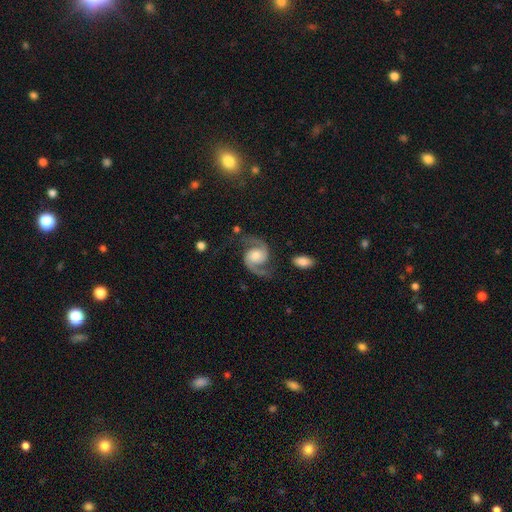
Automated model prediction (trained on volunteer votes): Overall: featured or disk (92%). Edge-on disk: no (98%). Bar: no (66%; weak 27%). Spiral arms: yes (98%). Spiral arm count: 2 (95%). Spiral winding: medium (56%; loose 29%). Bulge size: moderate (50%; large 22%). Merging: none (76%).